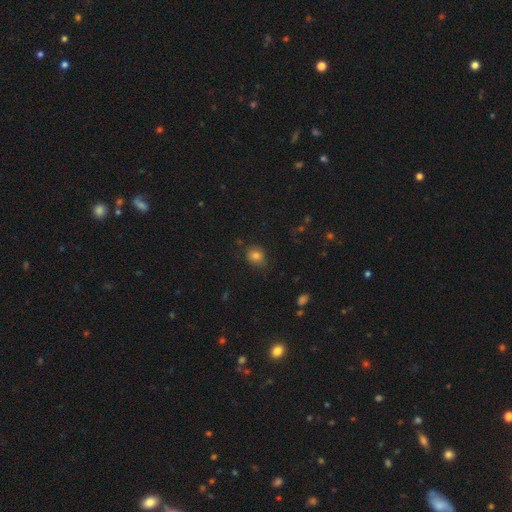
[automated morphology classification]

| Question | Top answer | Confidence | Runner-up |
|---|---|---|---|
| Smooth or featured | smooth | 80% | star or artifact (13%) |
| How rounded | round | 65% | in between (34%) |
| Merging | none | 77% | minor disturbance (17%) |